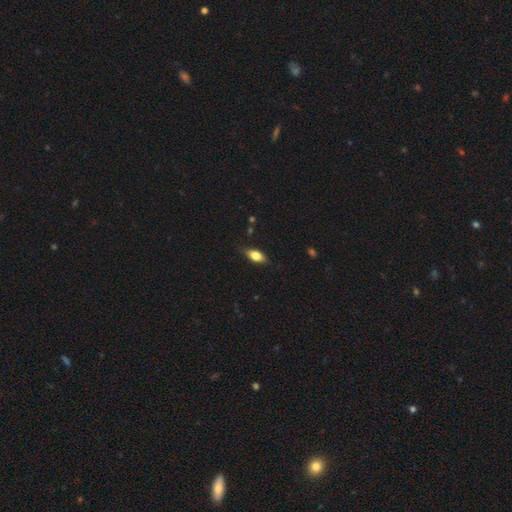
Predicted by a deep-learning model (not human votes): The model was most divided on "smooth or featured": smooth: 73%, featured or disk: 20%, star or artifact: 7%. More confident: how rounded — in between (83%); merging — none (81%).